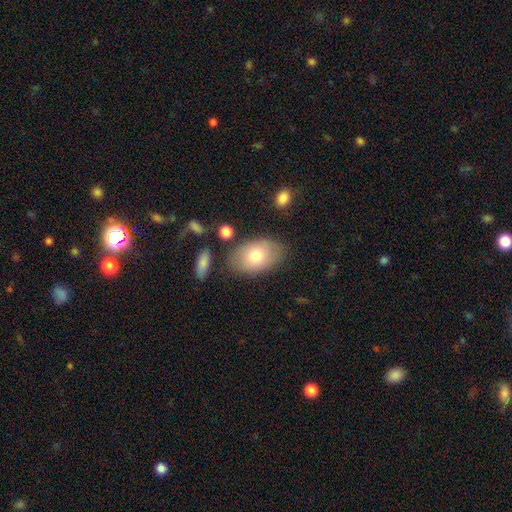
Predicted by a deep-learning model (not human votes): Smooth or featured?
  - smooth: 74% *
  - featured or disk: 19%
  - star or artifact: 7%
How rounded?
  - in between: 89% *
  - round: 10%
  - cigar-shaped: 1%
Merging?
  - none: 77% *
  - minor disturbance: 15%
  - major disturbance: 4%
  - merger: 4%